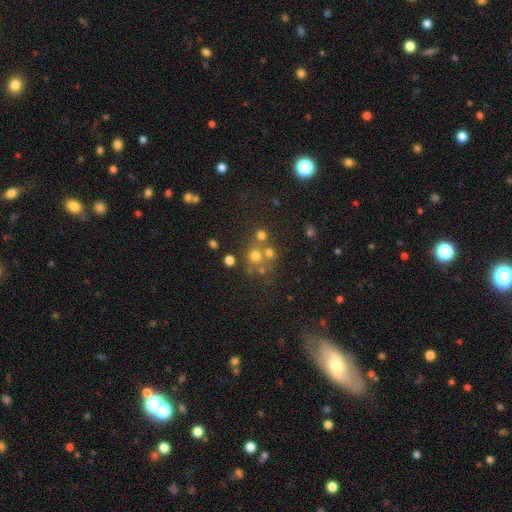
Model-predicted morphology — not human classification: This appears to be a smooth galaxy with no disk features (58%) that is round (86%). Merging: none (54%).